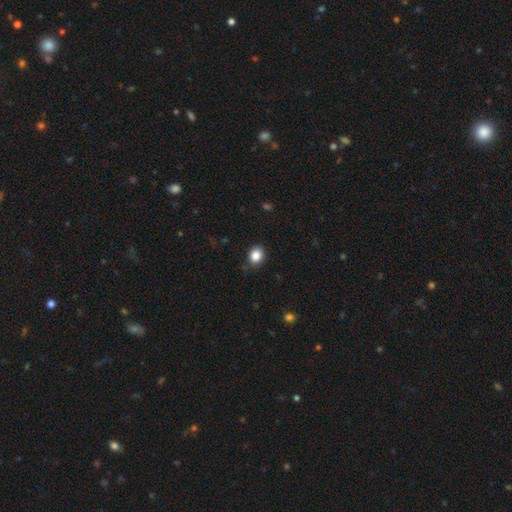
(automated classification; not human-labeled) This appears to be a smooth galaxy with no disk features (86%) that is round (55%). Merging: none (85%).